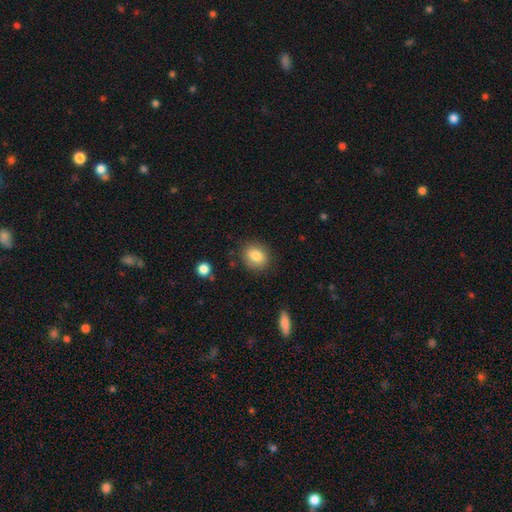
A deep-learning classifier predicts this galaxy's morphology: type=smooth (83%); roundness=round (58%); merging=none (84%).